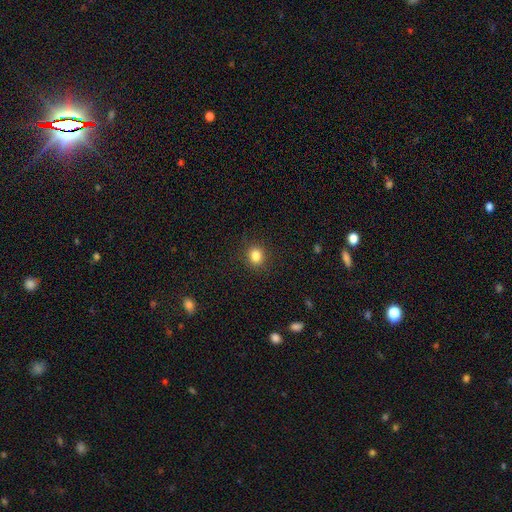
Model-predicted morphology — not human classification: smooth_or_featured: smooth (p=0.84) [alt: star or artifact p=0.12]
how_rounded: round (p=0.75) [alt: in between p=0.24]
merging: none (p=0.90) [alt: minor disturbance p=0.07]